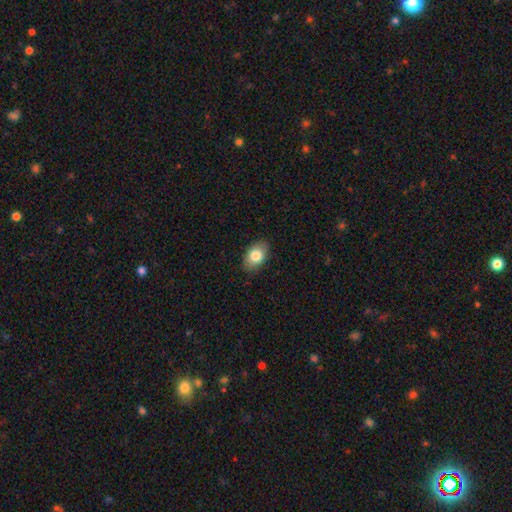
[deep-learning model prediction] Smooth or featured: smooth — 82% (featured or disk — 11%)
How rounded: in between — 87% (round — 12%)
Merging: none — 85% (minor disturbance — 11%)